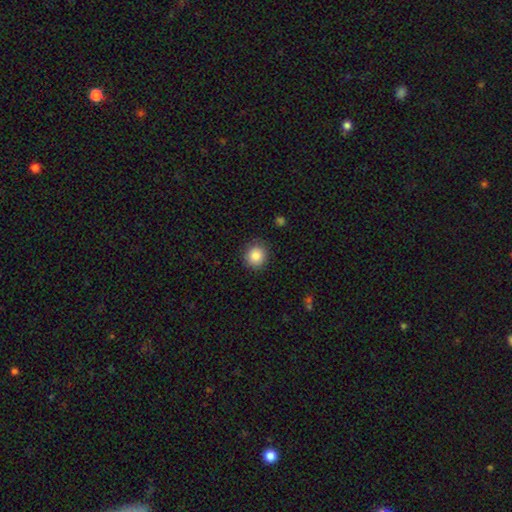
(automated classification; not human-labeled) Smooth or featured?
  - smooth: 86% *
  - star or artifact: 9%
  - featured or disk: 5%
How rounded?
  - round: 86% *
  - in between: 13%
  - cigar-shaped: 1%
Merging?
  - none: 87% *
  - minor disturbance: 10%
  - major disturbance: 3%
  - merger: 1%